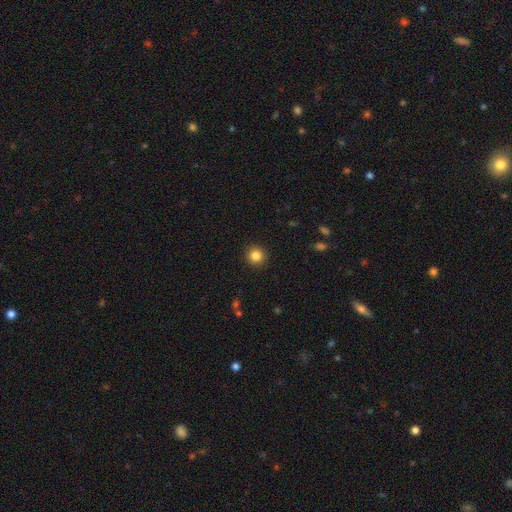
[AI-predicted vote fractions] A smooth galaxy with no disk features (84%) that is round (95%). Merging: none (92%).